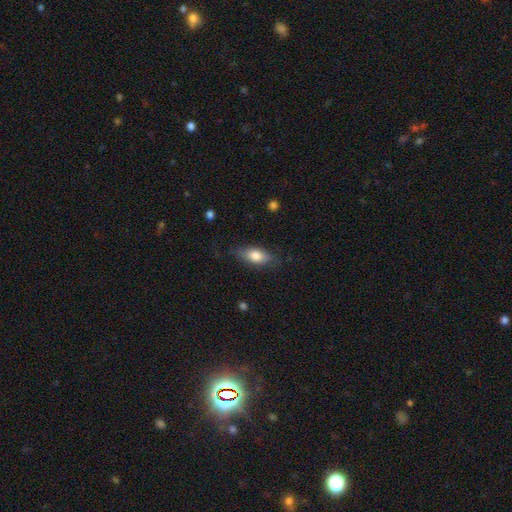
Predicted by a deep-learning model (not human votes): Q: Smooth or featured?
A: smooth (76%); runner-up: featured or disk (17%)
Q: How rounded?
A: in between (83%); runner-up: cigar-shaped (13%)
Q: Merging?
A: none (77%); runner-up: minor disturbance (17%)